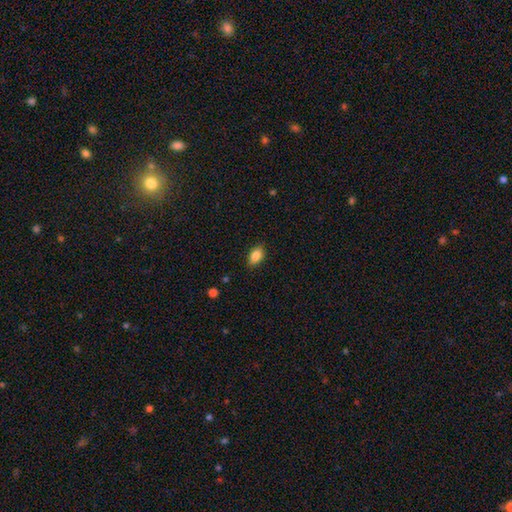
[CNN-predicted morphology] Smooth or featured? smooth (85%)
How rounded? in between (88%)
Merging? none (85%)